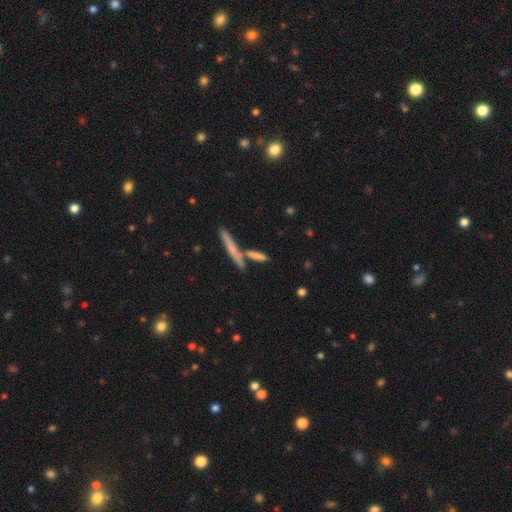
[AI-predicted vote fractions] A smooth galaxy with no disk features (52%) that is cigar-shaped (84%).

Vote fractions:
- Smooth or featured? smooth: 52% / featured or disk: 38% / star or artifact: 11%
- How rounded? cigar-shaped: 84% / in between: 10% / round: 6%
- Merging? none: 73% / merger: 15% / minor disturbance: 9% / major disturbance: 3%